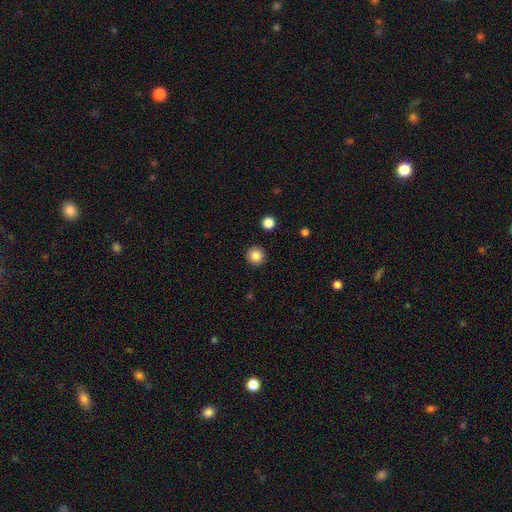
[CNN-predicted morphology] Smooth or featured: smooth — 85% (star or artifact — 10%)
How rounded: round — 95% (in between — 4%)
Merging: none — 92% (minor disturbance — 5%)